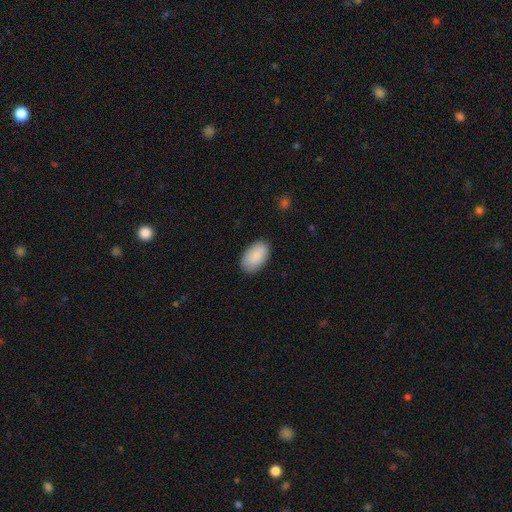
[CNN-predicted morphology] Smooth or featured? Predicted: smooth (p=0.90). How rounded? Predicted: in between (p=0.95). Merging? Predicted: none (p=0.87).